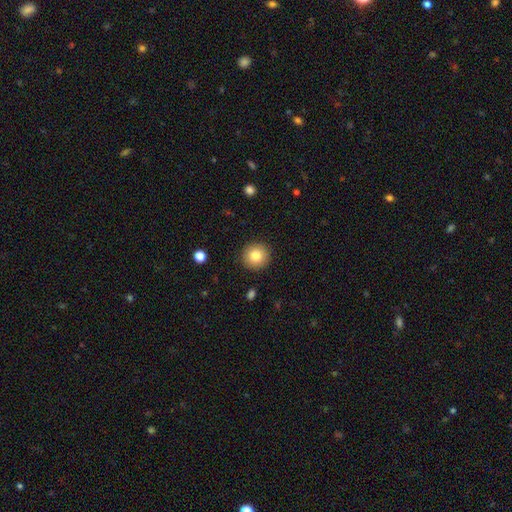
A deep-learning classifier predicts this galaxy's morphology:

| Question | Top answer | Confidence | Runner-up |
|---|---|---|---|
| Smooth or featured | smooth | 83% | star or artifact (9%) |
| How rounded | round | 94% | in between (5%) |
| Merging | none | 91% | minor disturbance (6%) |